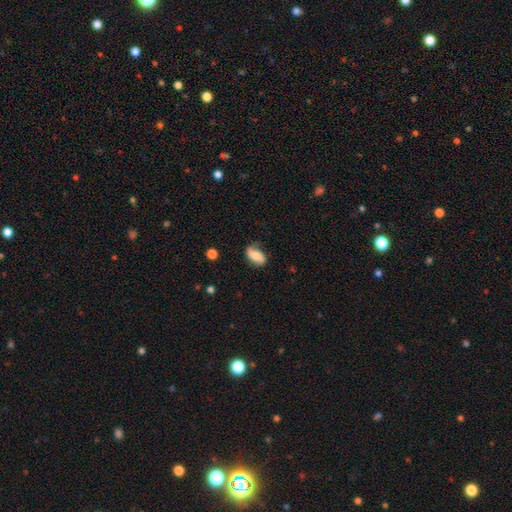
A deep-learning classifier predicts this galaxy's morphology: smooth_or_featured: smooth (p=0.57) [alt: featured or disk p=0.35]
how_rounded: in between (p=0.90) [alt: round p=0.07]
merging: none (p=0.64) [alt: minor disturbance p=0.26]